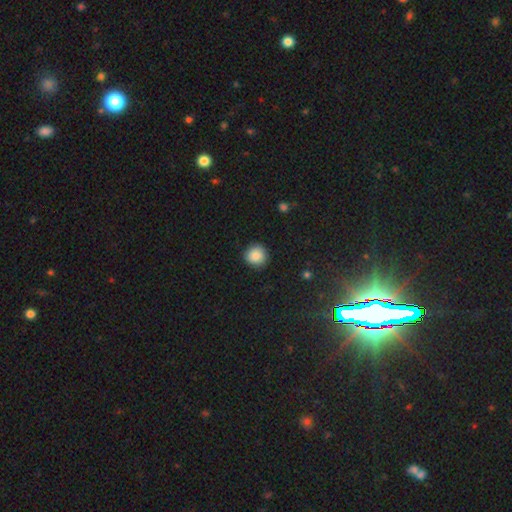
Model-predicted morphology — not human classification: Smooth or featured?
  - smooth: 87% *
  - star or artifact: 9%
  - featured or disk: 4%
How rounded?
  - round: 92% *
  - in between: 7%
  - cigar-shaped: 1%
Merging?
  - none: 89% *
  - minor disturbance: 8%
  - major disturbance: 2%
  - merger: 1%